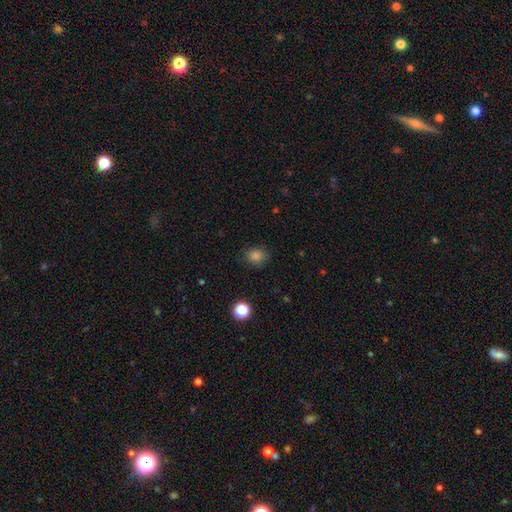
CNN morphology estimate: The model was most divided on "how rounded": round: 68%, in between: 31%, cigar-shaped: 1%. More confident: merging — none (85%); smooth or featured — smooth (83%).